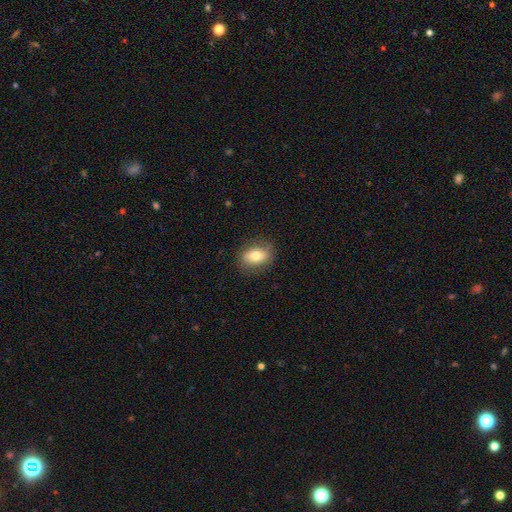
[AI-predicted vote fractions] A smooth galaxy with no disk features (73%) that is in between round and cigar-shaped (77%).

Vote fractions:
- Smooth or featured? smooth: 73% / featured or disk: 19% / star or artifact: 8%
- How rounded? in between: 77% / round: 21% / cigar-shaped: 2%
- Merging? none: 81% / minor disturbance: 14% / major disturbance: 4% / merger: 1%